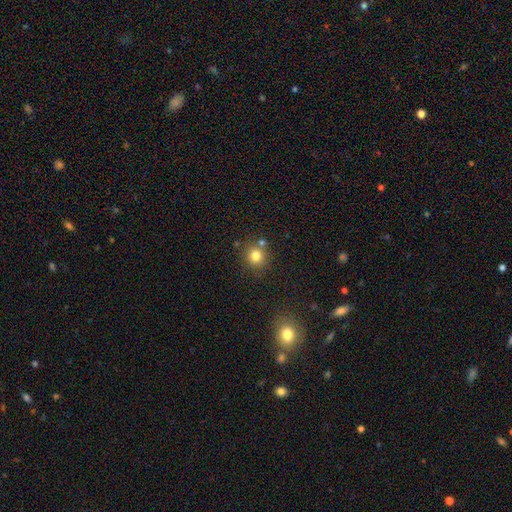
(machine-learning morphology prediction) A smooth galaxy with no disk features (79%) that is round (91%). Merging: none (75%).